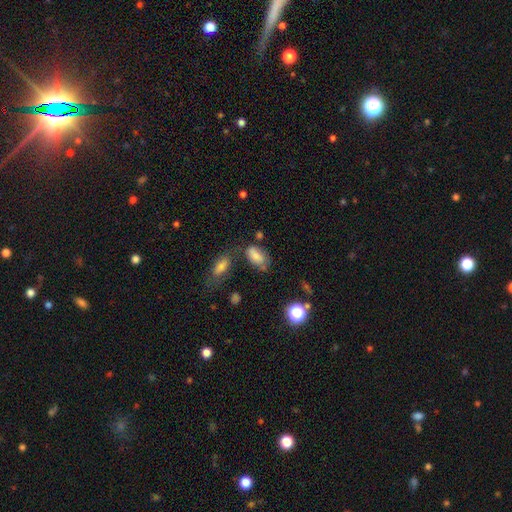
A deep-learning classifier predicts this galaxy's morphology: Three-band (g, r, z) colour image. It shows a smooth galaxy with no disk features (75%) that is in between round and cigar-shaped (90%). Merging: none (49%).